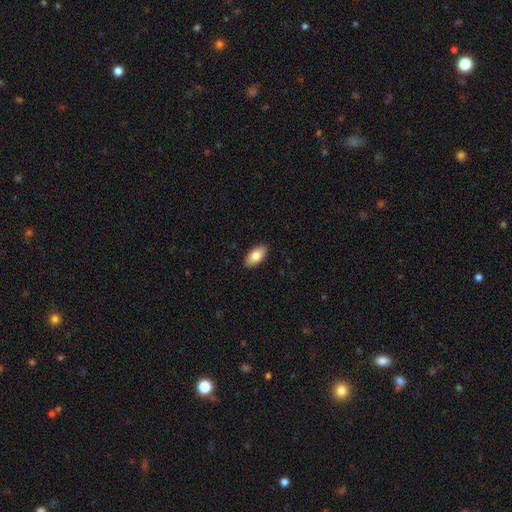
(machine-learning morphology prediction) smooth_or_featured: smooth (p=0.82) [alt: featured or disk p=0.12]
how_rounded: in between (p=0.92) [alt: cigar-shaped p=0.05]
merging: none (p=0.90) [alt: minor disturbance p=0.07]